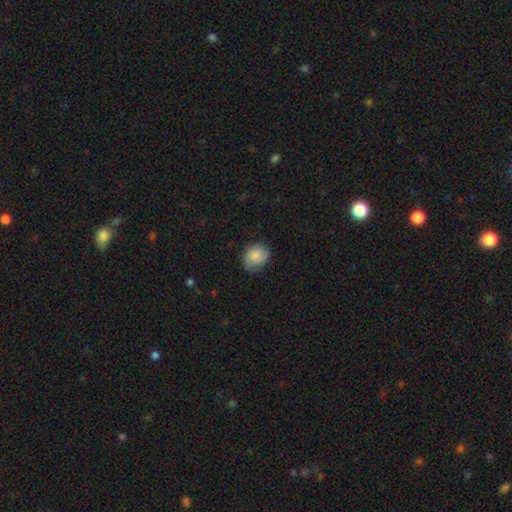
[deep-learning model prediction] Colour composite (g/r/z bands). It shows a smooth galaxy with no disk features (75%) that is round (60%). Merging: none (68%).